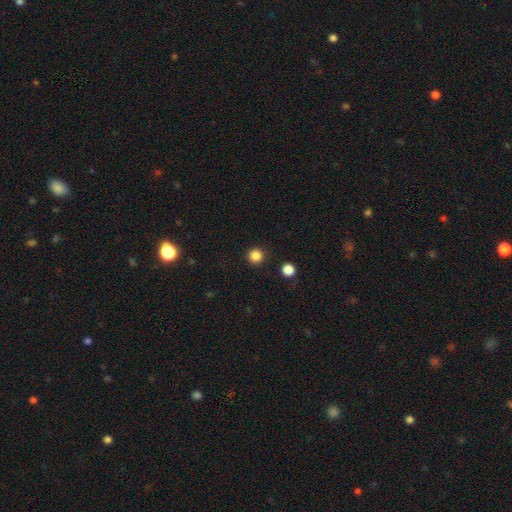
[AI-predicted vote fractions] The model was most divided on "smooth or featured": smooth: 85%, star or artifact: 12%, featured or disk: 3%. More confident: how rounded — round (95%); merging — none (92%).